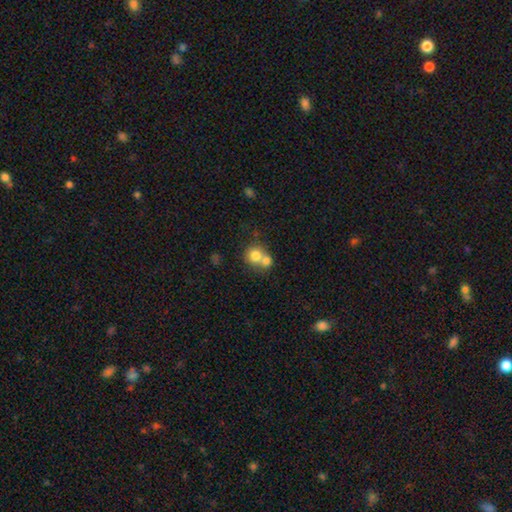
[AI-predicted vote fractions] A smooth galaxy with no disk features (76%) that is round (84%). Merging: merger (56%).